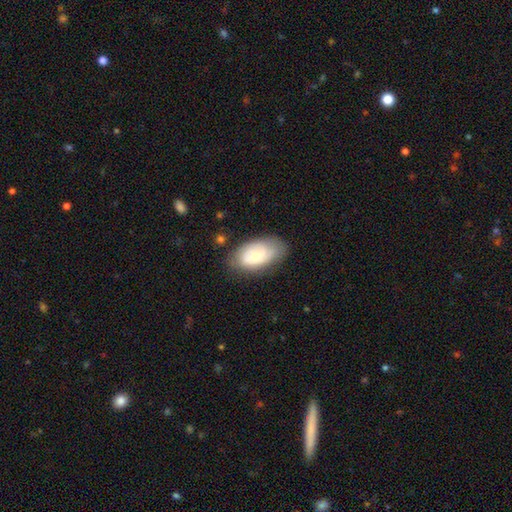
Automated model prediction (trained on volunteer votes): Smooth or featured?
  - smooth: 59% *
  - featured or disk: 34%
  - star or artifact: 7%
How rounded?
  - in between: 93% *
  - round: 5%
  - cigar-shaped: 2%
Merging?
  - none: 69% *
  - minor disturbance: 23%
  - major disturbance: 6%
  - merger: 2%